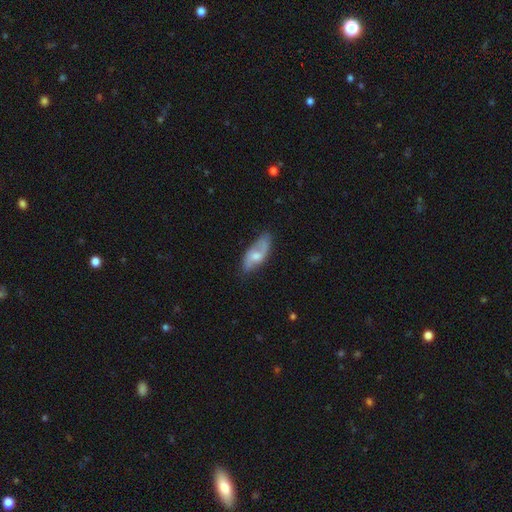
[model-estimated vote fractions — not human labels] A featured or disk galaxy (55%).

Vote fractions:
- Smooth or featured? featured or disk: 55% / smooth: 39% / star or artifact: 6%
- Edge-on disk? no: 87% / yes: 13%
- Merging? none: 69% / minor disturbance: 23% / major disturbance: 6% / merger: 2%